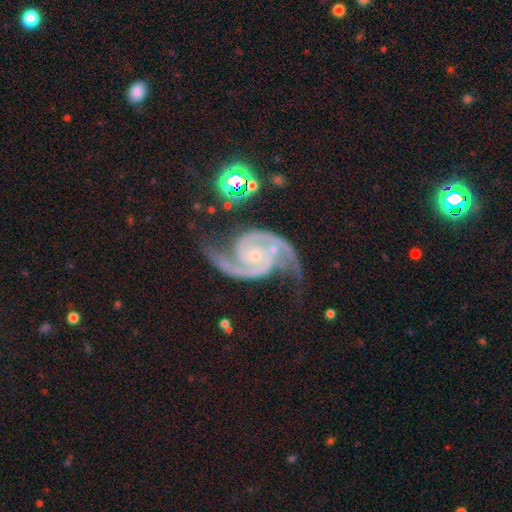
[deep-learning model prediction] The model was most divided on "spiral winding": medium: 59%, tight: 28%, loose: 12%. More confident: spiral arms — yes (99%); edge-on disk — no (98%); smooth or featured — featured or disk (93%); spiral arm count — 2 (93%); bulge size — small (79%); bar — no (68%); merging — none (68%).